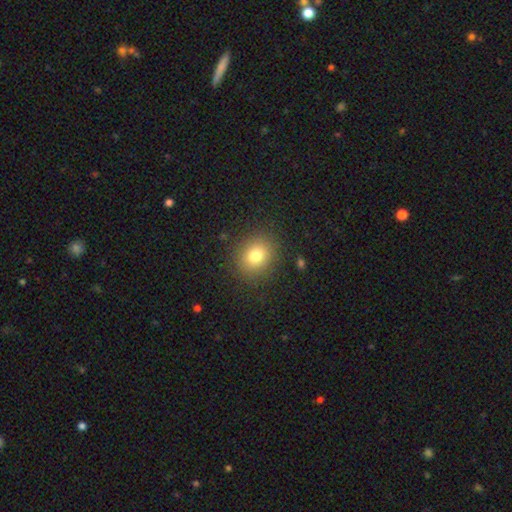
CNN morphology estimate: A smooth galaxy with no disk features (78%) that is round (75%).

Vote fractions:
- Smooth or featured? smooth: 78% / star or artifact: 13% / featured or disk: 9%
- How rounded? round: 75% / in between: 24% / cigar-shaped: 1%
- Merging? none: 88% / minor disturbance: 8% / major disturbance: 3% / merger: 1%